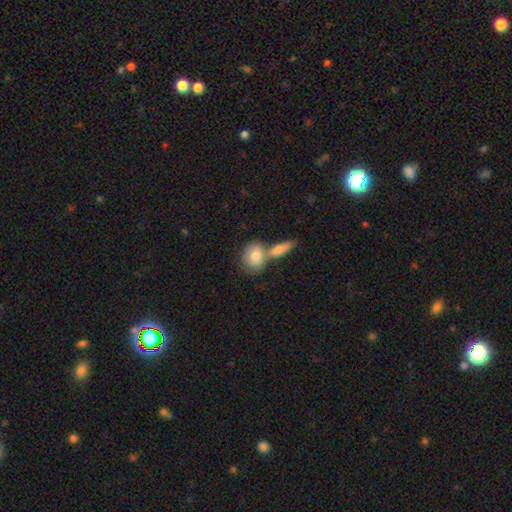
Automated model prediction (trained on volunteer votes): smooth-or-featured: smooth: 78% | featured or disk: 17% | star or artifact: 6%
  how-rounded: in between: 55% | round: 41% | cigar-shaped: 4%
  merging: merger: 46% | none: 40% | minor disturbance: 10% | major disturbance: 4%